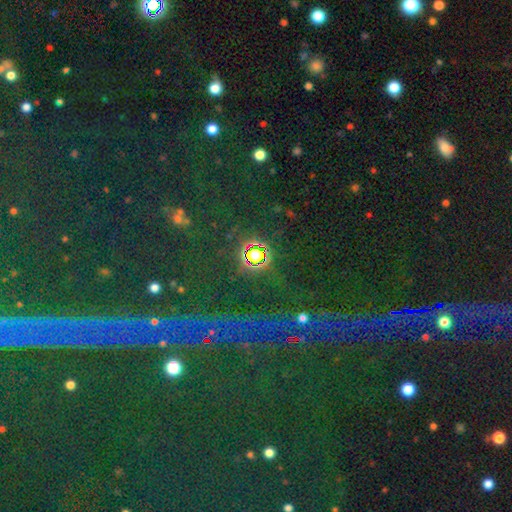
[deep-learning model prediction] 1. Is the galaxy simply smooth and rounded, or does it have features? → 78% star or artifact, 14% smooth, 8% featured or disk.